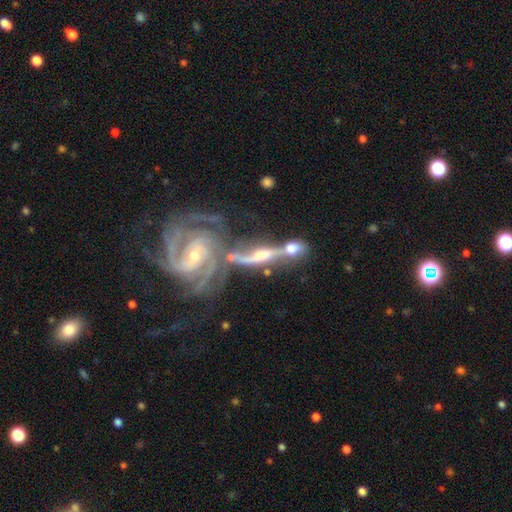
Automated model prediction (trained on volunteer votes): Smooth or featured? Predicted: featured or disk (p=0.84). Edge-on disk? Predicted: no (p=0.78). Bar? Predicted: no (p=0.40). Spiral arms? Predicted: yes (p=0.92). Spiral winding? Predicted: tight (p=0.47). Spiral arm count? Predicted: 2 (p=0.50). Bulge size? Predicted: small (p=0.58). Merging? Predicted: merger (p=0.51).